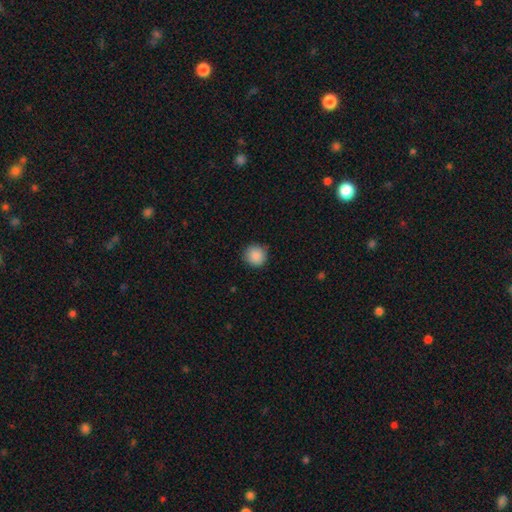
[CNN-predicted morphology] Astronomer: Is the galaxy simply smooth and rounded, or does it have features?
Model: smooth — 89%.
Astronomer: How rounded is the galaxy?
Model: round — 94%.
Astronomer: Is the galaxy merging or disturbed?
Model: none — 88%.